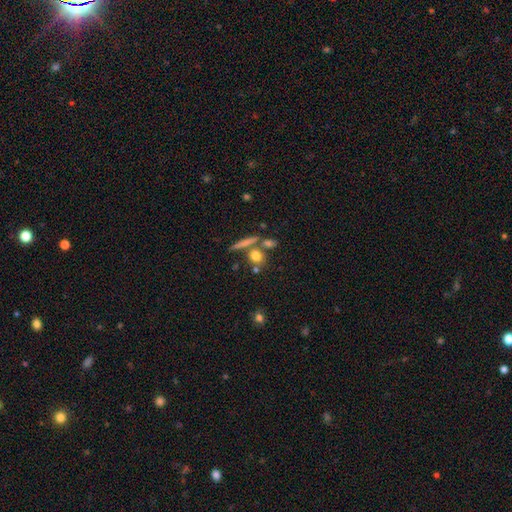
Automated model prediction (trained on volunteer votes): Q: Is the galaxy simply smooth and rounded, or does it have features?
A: smooth — 73%.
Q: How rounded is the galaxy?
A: round — 71%.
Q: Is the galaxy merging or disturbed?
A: none — 62%.